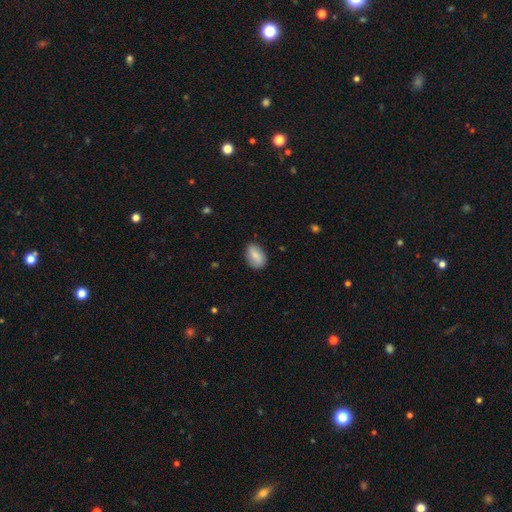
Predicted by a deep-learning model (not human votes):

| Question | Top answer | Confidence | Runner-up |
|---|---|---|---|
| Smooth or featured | smooth | 80% | featured or disk (13%) |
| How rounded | in between | 83% | round (15%) |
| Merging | none | 81% | minor disturbance (15%) |